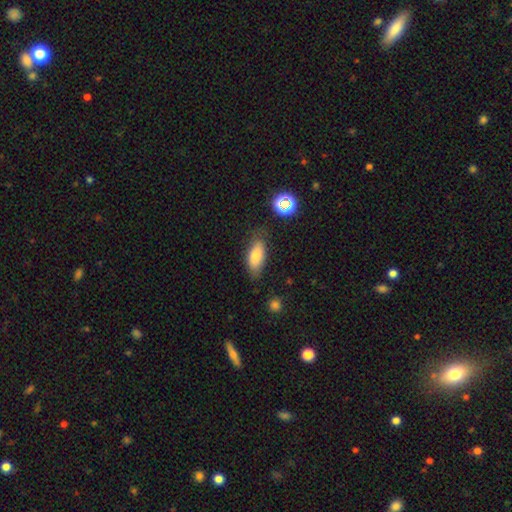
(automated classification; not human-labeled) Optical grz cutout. It shows a smooth galaxy with no disk features (79%) that is in between round and cigar-shaped (80%). Merging: none (74%).